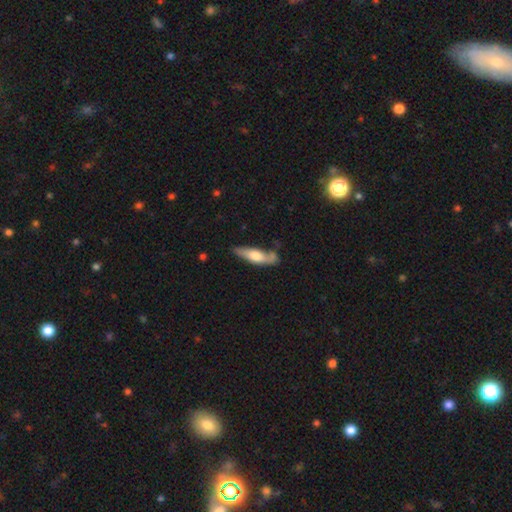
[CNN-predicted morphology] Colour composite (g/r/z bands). It shows a smooth galaxy with no disk features (53%) that is cigar-shaped (67%). Merging: none (62%).